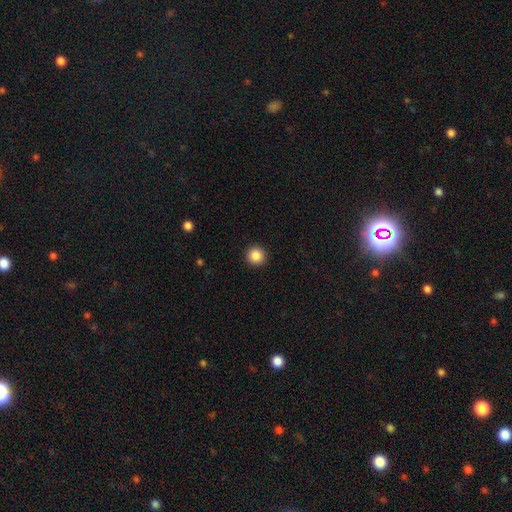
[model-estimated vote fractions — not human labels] A smooth galaxy with no disk features (87%) that is round (96%). Merging: none (93%).